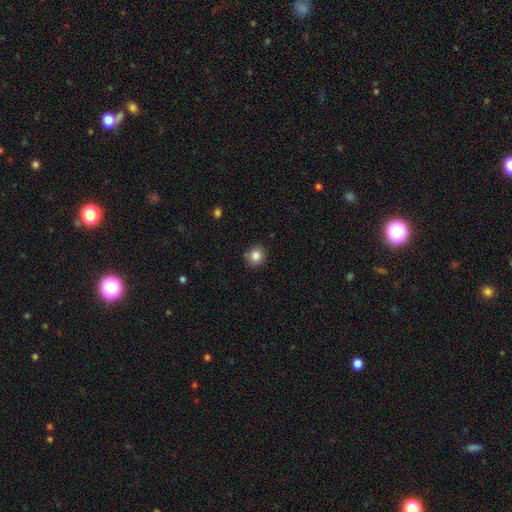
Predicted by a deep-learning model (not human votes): A smooth galaxy with no disk features (85%) that is round (88%). Merging: none (87%).